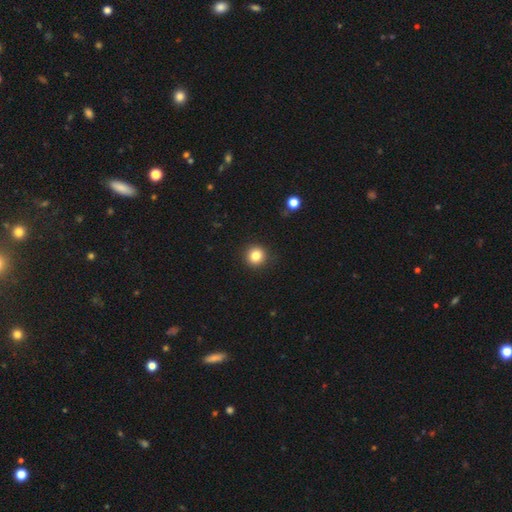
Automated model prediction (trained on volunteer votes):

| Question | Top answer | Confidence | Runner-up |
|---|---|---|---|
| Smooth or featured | smooth | 83% | star or artifact (11%) |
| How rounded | round | 94% | in between (6%) |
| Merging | none | 91% | minor disturbance (6%) |